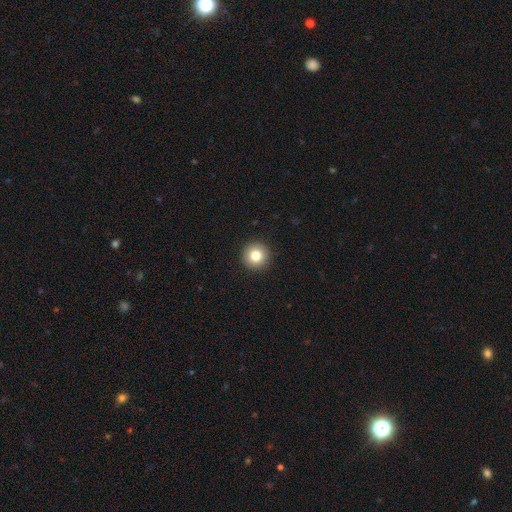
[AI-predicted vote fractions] This is clearly a smooth galaxy (81%). How rounded: clearly round (96%). Merging: clearly none (93%).